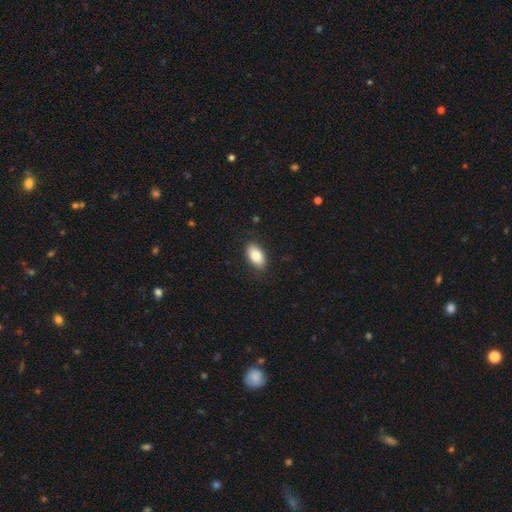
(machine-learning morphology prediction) The model was most divided on "smooth or featured": smooth: 81%, featured or disk: 13%, star or artifact: 7%. More confident: how rounded — in between (93%); merging — none (85%).